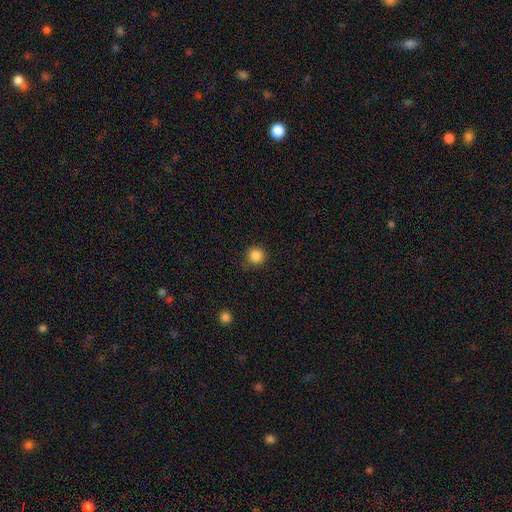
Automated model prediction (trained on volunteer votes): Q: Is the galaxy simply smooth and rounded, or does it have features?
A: smooth — 86%.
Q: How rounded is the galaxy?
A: round — 95%.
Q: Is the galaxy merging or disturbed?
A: none — 86%.